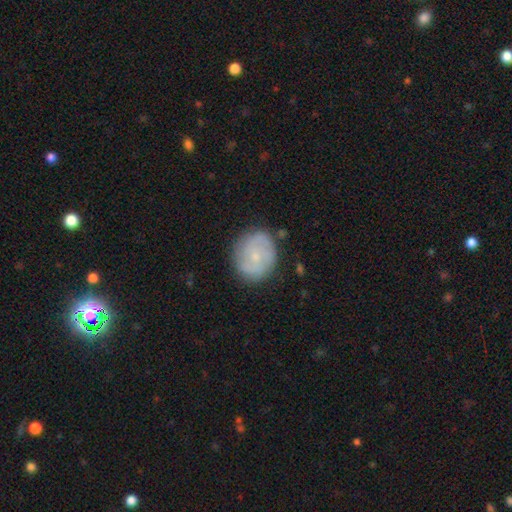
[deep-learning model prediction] Smooth or featured?
  - featured or disk: 53% *
  - smooth: 40%
  - star or artifact: 8%
Edge-on disk?
  - no: 97% *
  - yes: 3%
Bar?
  - no: 70% *
  - weak: 26%
  - strong: 4%
Spiral arms?
  - yes: 79% *
  - no: 21%
Bulge size?
  - small: 72% *
  - moderate: 20%
  - none: 6%
  - large: 1%
  - dominant: 1%
Merging?
  - none: 79% *
  - minor disturbance: 15%
  - major disturbance: 4%
  - merger: 2%